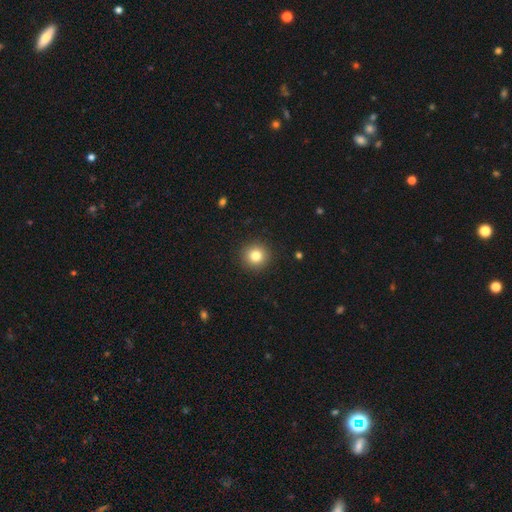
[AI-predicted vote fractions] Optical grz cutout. It shows a smooth galaxy with no disk features (81%) that is round (94%). Merging: none (92%).